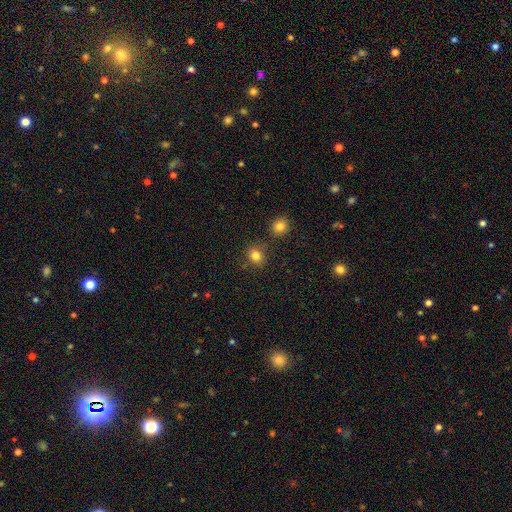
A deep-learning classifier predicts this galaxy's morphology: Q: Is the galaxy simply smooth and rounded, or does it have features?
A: smooth — 82%.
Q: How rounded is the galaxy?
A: round — 75%.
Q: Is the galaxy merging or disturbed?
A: none — 78%.